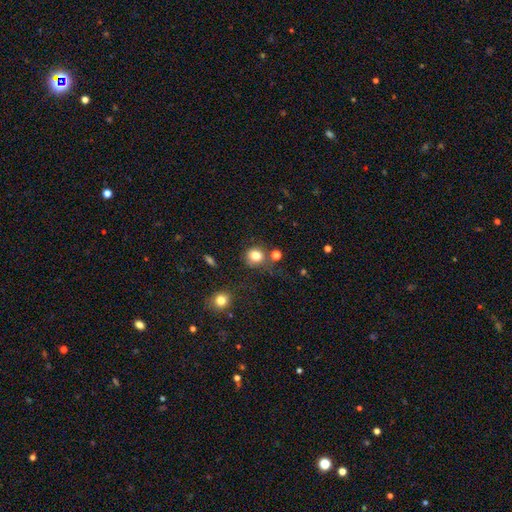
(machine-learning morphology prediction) A smooth galaxy with no disk features (81%) that is round (86%).

Vote fractions:
- Smooth or featured? smooth: 81% / star or artifact: 12% / featured or disk: 7%
- How rounded? round: 86% / in between: 13% / cigar-shaped: 1%
- Merging? none: 71% / minor disturbance: 14% / merger: 9% / major disturbance: 6%